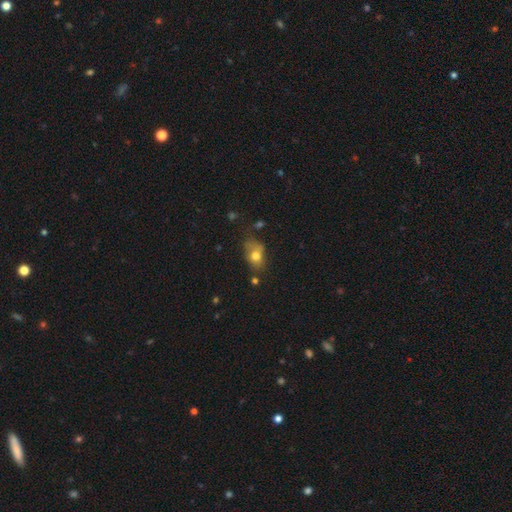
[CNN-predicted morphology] The model was most divided on "merging": none: 46%, minor disturbance: 31%, major disturbance: 16%, merger: 6%. More confident: how rounded — in between (72%); smooth or featured — smooth (72%).